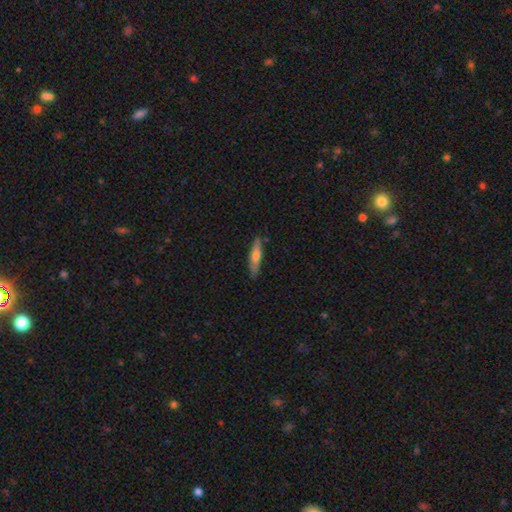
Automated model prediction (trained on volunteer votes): Smooth or featured? smooth (59%)
How rounded? cigar-shaped (80%)
Merging? none (84%)